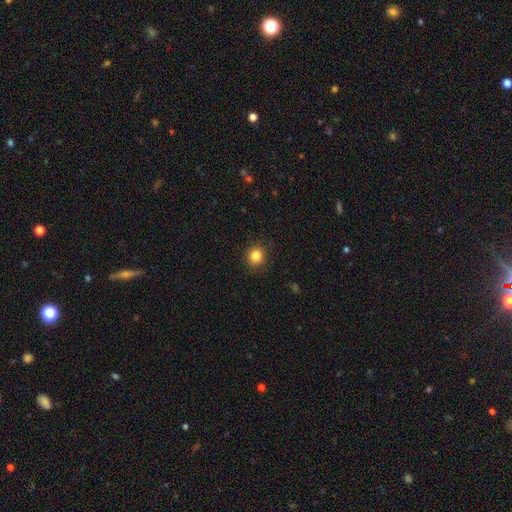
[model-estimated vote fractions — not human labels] smooth_or_featured: smooth (p=0.84) [alt: star or artifact p=0.11]
how_rounded: round (p=0.90) [alt: in between p=0.09]
merging: none (p=0.89) [alt: minor disturbance p=0.07]